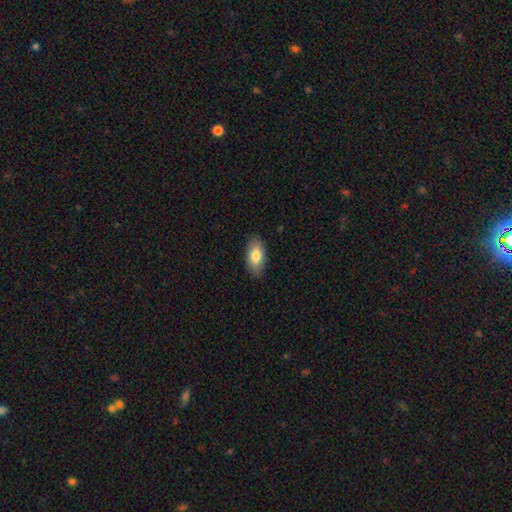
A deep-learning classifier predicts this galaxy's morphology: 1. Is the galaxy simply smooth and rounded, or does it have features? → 80% smooth, 13% featured or disk, 6% star or artifact.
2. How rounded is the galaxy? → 92% in between, 5% cigar-shaped, 3% round.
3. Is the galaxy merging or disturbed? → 86% none, 11% minor disturbance, 2% major disturbance, 1% merger.